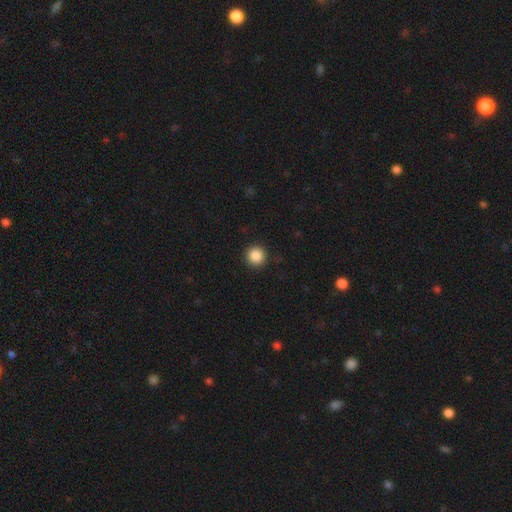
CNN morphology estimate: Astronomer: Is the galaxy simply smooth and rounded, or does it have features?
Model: smooth — 87%.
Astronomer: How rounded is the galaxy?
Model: round — 95%.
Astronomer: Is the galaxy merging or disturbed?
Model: none — 92%.